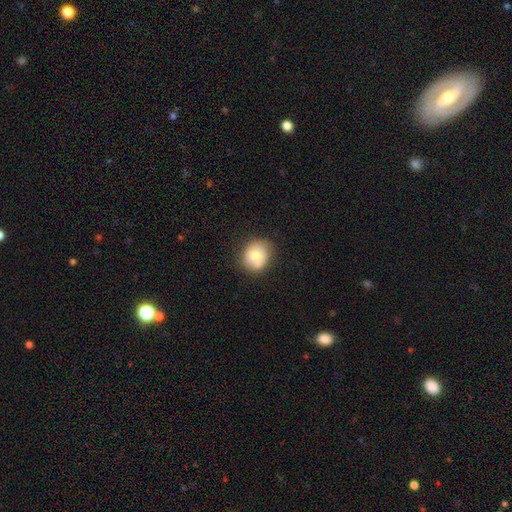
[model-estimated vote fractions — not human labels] Q: Smooth or featured?
A: smooth (66%); runner-up: featured or disk (26%)
Q: How rounded?
A: round (76%); runner-up: in between (23%)
Q: Merging?
A: none (70%); runner-up: minor disturbance (18%)